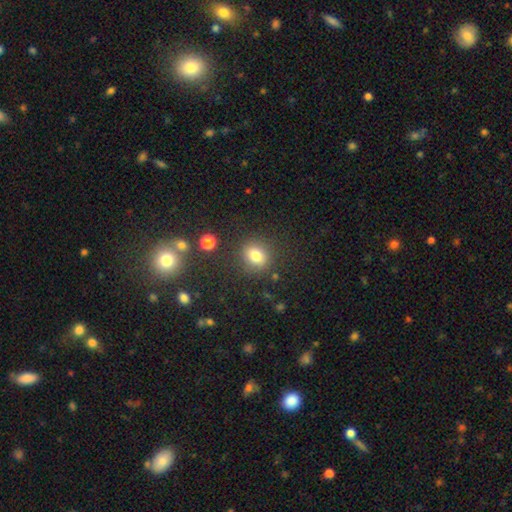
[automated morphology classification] type=smooth (79%); roundness=round (66%); merging=none (83%).